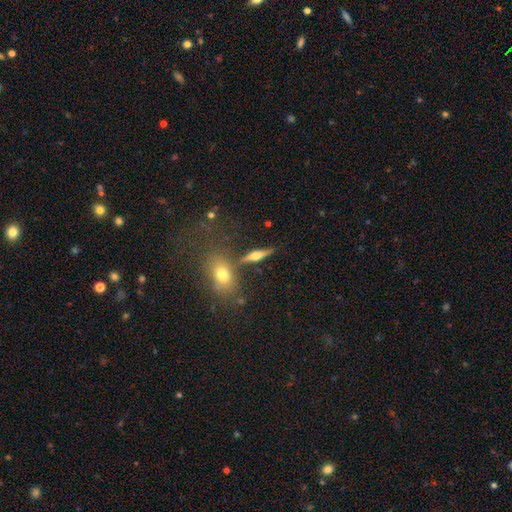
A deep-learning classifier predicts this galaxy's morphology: The model was most divided on "smooth or featured": featured or disk: 58%, smooth: 32%, star or artifact: 10%. More confident: edge-on disk — yes (91%); edge-on bulge — rounded (91%); merging — none (77%).